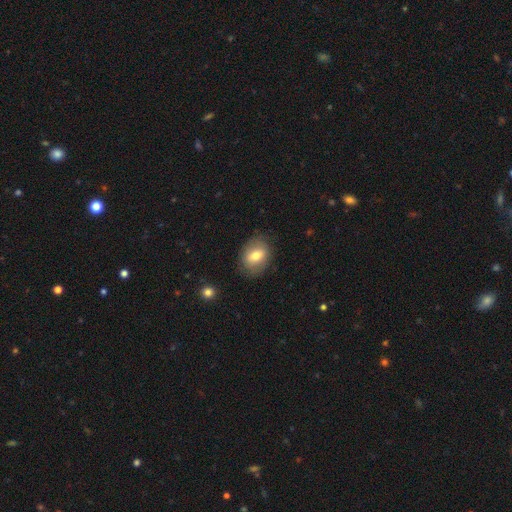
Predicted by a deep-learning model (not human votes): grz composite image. It shows a smooth galaxy with no disk features (70%) that is in between round and cigar-shaped (69%). Merging: none (81%).